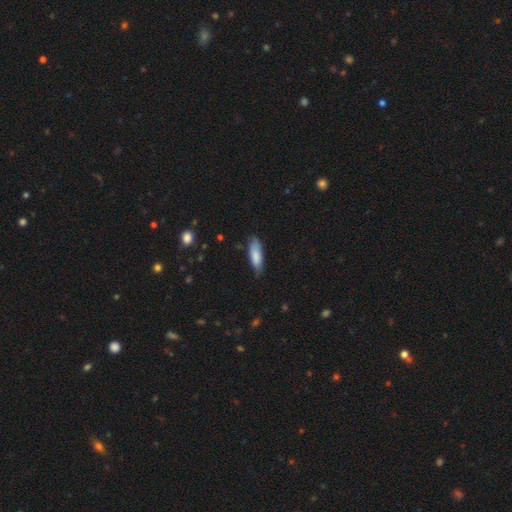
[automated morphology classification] smooth_or_featured: smooth (p=0.81) [alt: featured or disk p=0.13]
how_rounded: in between (p=0.52) [alt: cigar-shaped p=0.46]
merging: none (p=0.70) [alt: minor disturbance p=0.25]